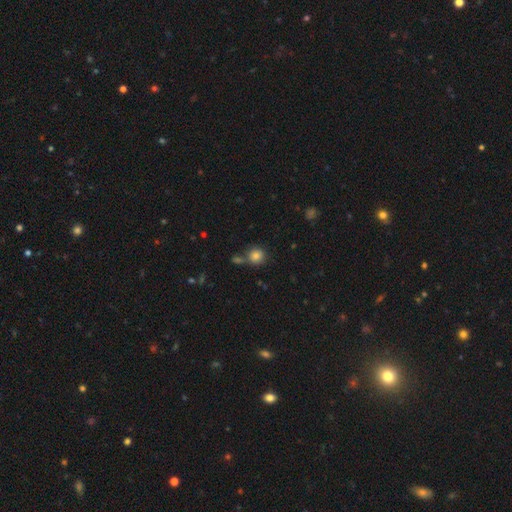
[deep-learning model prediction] Smooth or featured?
  - smooth: 83% *
  - star or artifact: 11%
  - featured or disk: 6%
How rounded?
  - round: 90% *
  - in between: 9%
  - cigar-shaped: 1%
Merging?
  - none: 69% *
  - merger: 18%
  - minor disturbance: 10%
  - major disturbance: 3%